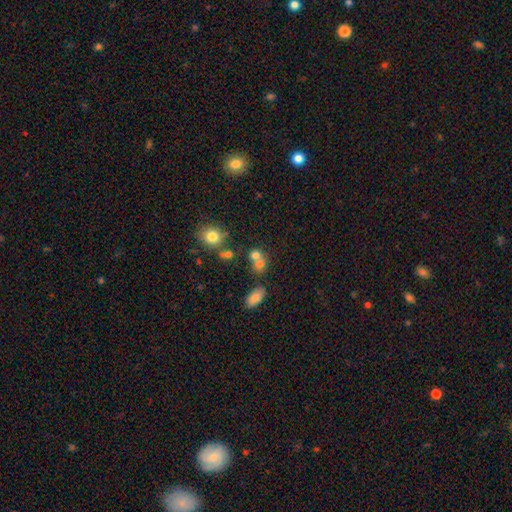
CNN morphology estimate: Smooth or featured? smooth (71%)
How rounded? round (71%)
Merging? merger (51%)